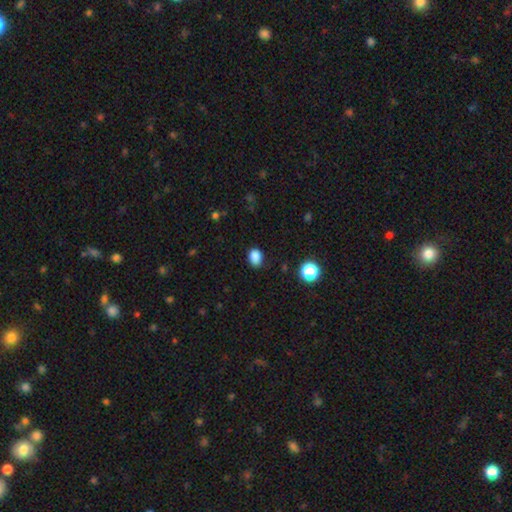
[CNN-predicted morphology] Smooth or featured: smooth — 85% (star or artifact — 11%)
How rounded: in between — 67% (round — 32%)
Merging: none — 81% (minor disturbance — 15%)